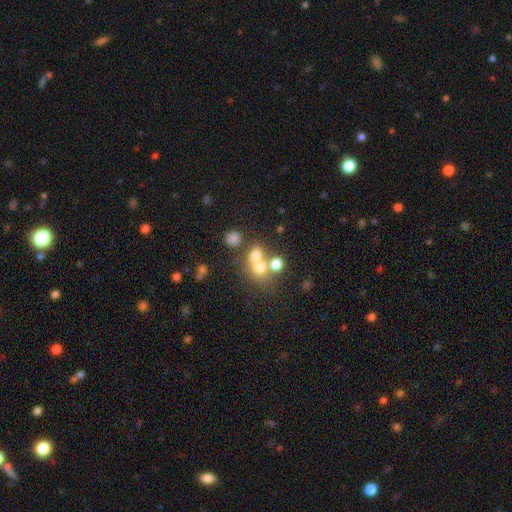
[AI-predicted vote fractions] Q: Smooth or featured?
A: smooth (64%); runner-up: featured or disk (18%)
Q: How rounded?
A: round (67%); runner-up: in between (31%)
Q: Merging?
A: merger (50%); runner-up: none (36%)